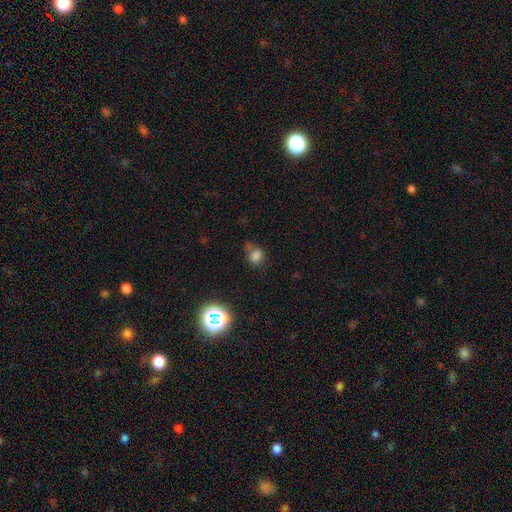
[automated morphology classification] A smooth galaxy with no disk features (74%) that is round (73%). Merging: none (54%).